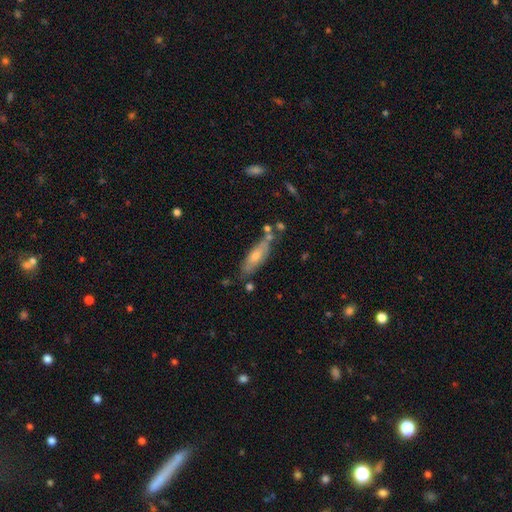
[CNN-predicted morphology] Smooth or featured? Predicted: smooth (p=0.53). How rounded? Predicted: cigar-shaped (p=0.57). Merging? Predicted: none (p=0.68).